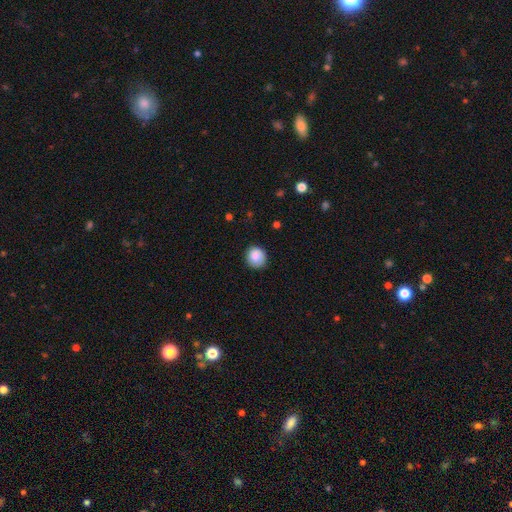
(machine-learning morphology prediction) Smooth or featured?
  - smooth: 87% *
  - star or artifact: 8%
  - featured or disk: 5%
How rounded?
  - round: 89% *
  - in between: 10%
  - cigar-shaped: 1%
Merging?
  - none: 83% *
  - minor disturbance: 13%
  - major disturbance: 3%
  - merger: 1%